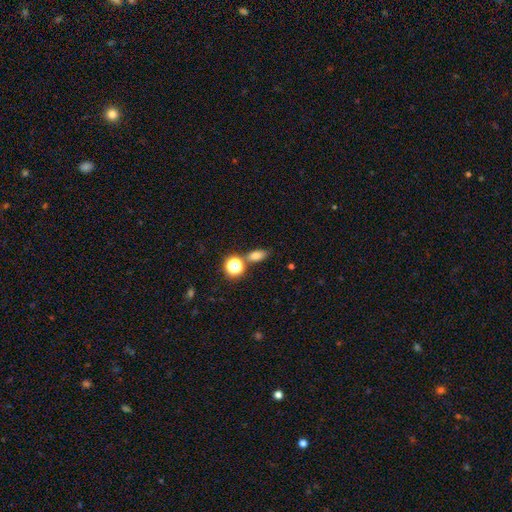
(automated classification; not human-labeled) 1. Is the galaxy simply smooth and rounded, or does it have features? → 71% smooth, 18% star or artifact, 11% featured or disk.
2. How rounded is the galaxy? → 70% in between, 20% round, 10% cigar-shaped.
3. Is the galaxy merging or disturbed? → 71% none, 13% merger, 12% minor disturbance, 4% major disturbance.